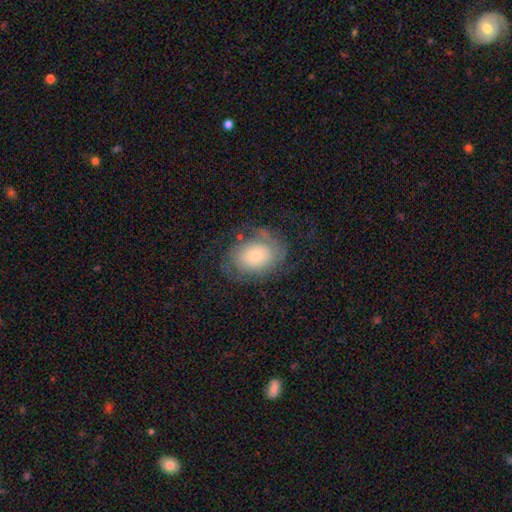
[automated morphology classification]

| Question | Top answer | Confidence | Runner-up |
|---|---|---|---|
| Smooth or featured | featured or disk | 55% | smooth (38%) |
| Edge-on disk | no | 96% | yes (4%) |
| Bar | no | 81% | weak (15%) |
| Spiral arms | yes | 76% | no (24%) |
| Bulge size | small | 52% | moderate (33%) |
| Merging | none | 61% | minor disturbance (21%) |